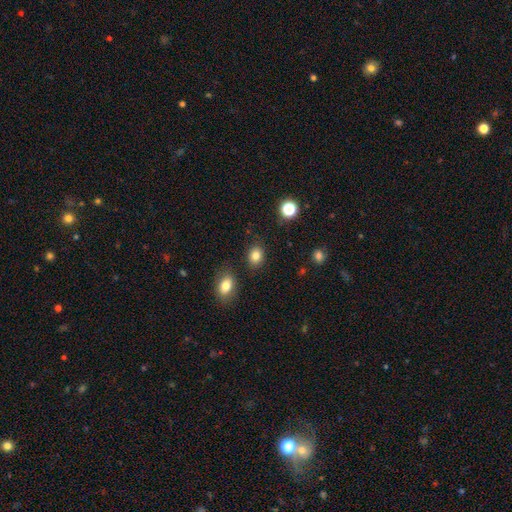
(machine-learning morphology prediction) Smooth or featured?
  - smooth: 83% *
  - star or artifact: 11%
  - featured or disk: 6%
How rounded?
  - round: 50% *
  - in between: 49%
  - cigar-shaped: 1%
Merging?
  - none: 85% *
  - minor disturbance: 9%
  - merger: 4%
  - major disturbance: 3%